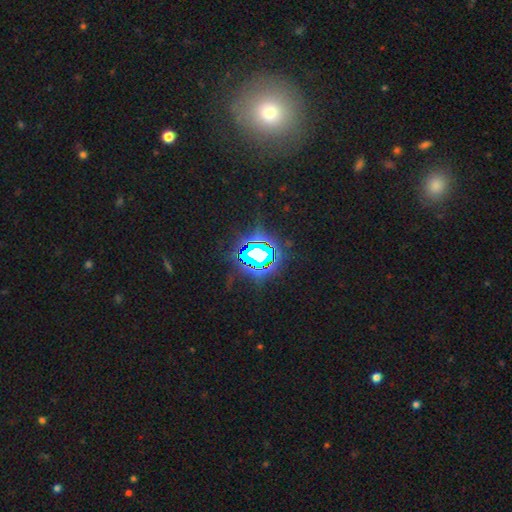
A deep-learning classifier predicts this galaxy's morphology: Smooth or featured: star or artifact — 78% (smooth — 12%)